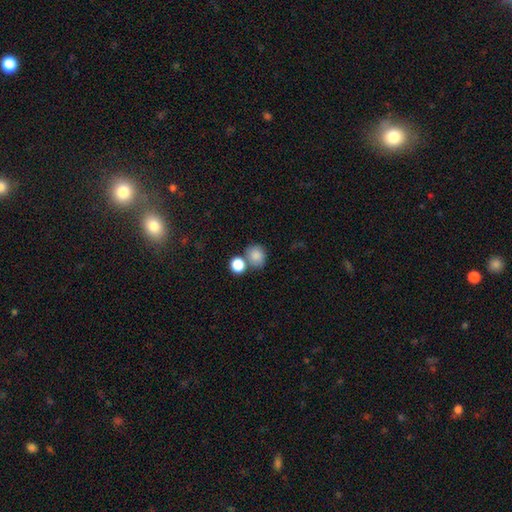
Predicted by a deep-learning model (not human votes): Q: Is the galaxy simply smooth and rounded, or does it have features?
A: smooth — 84%.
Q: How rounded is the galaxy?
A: round — 74%.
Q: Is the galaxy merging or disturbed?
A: none — 55%.